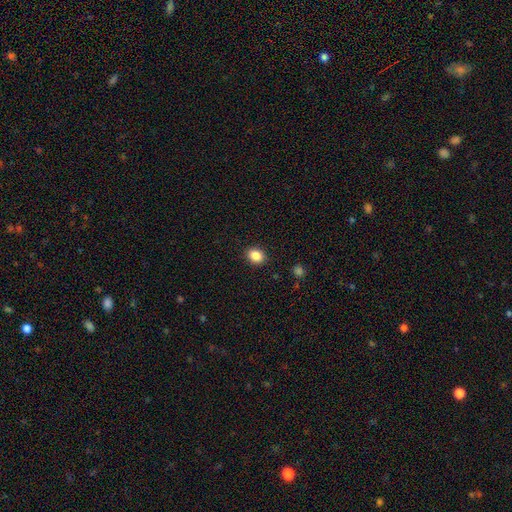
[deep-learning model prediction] This is clearly a smooth galaxy (86%). How rounded: possibly in between (55%). Merging: clearly none (90%).